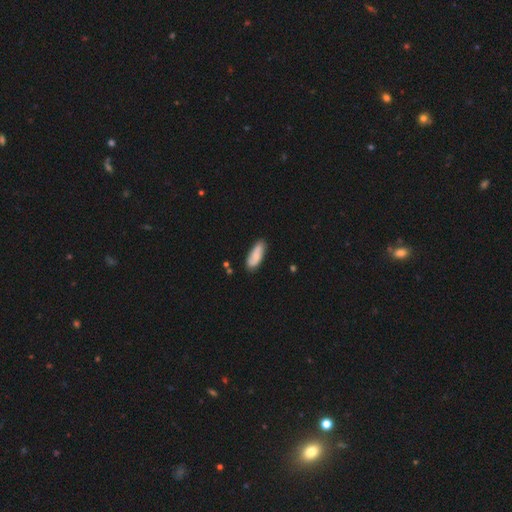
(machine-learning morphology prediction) A smooth galaxy with no disk features (67%) that is in between round and cigar-shaped (70%). Merging: none (78%).